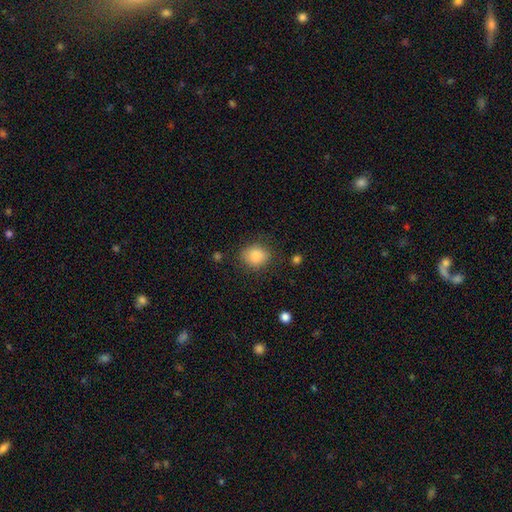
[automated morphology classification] Smooth or featured: smooth — 85% (star or artifact — 9%)
How rounded: round — 63% (in between — 36%)
Merging: none — 81% (minor disturbance — 13%)